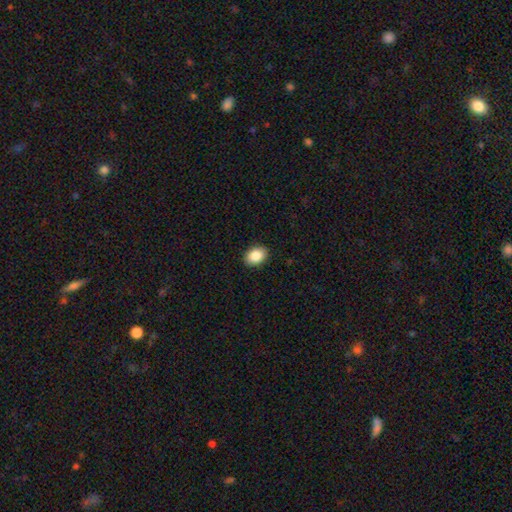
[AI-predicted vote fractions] smooth_or_featured: smooth (p=0.87) [alt: star or artifact p=0.08]
how_rounded: in between (p=0.73) [alt: round p=0.26]
merging: none (p=0.90) [alt: minor disturbance p=0.07]